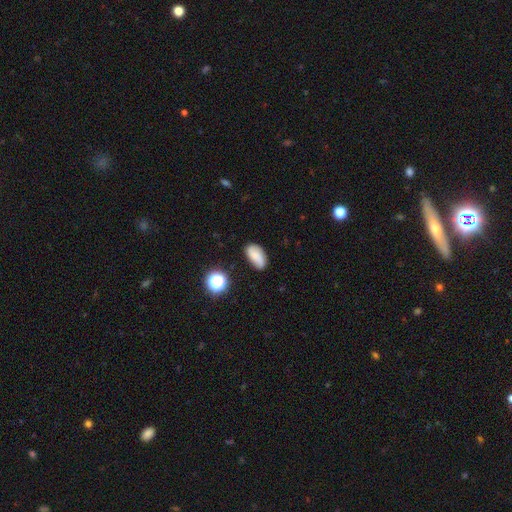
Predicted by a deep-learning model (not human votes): smooth 69%, featured or disk 19%, star or artifact 12%. Down the decision tree: how rounded — in between (89%); merging — none (74%).